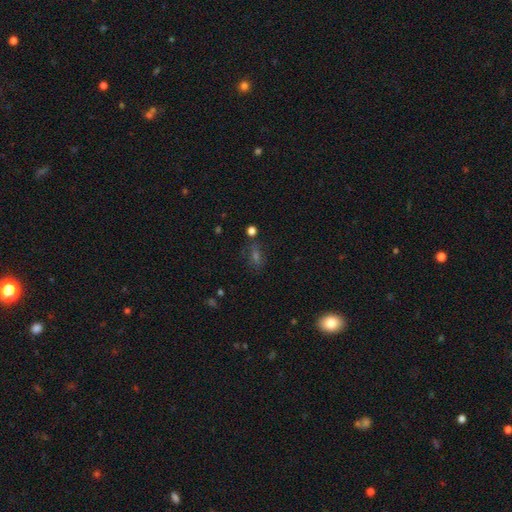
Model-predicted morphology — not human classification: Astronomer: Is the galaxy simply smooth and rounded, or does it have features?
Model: smooth — 41% (runner-up: star or artifact, 38%).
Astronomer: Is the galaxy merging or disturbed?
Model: none — 69%.